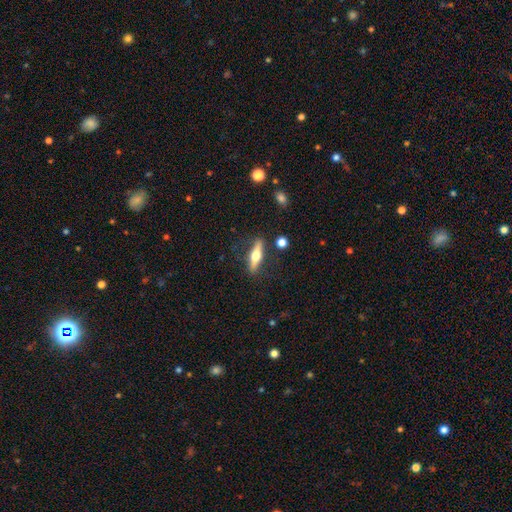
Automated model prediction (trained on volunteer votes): Morphology: type=featured or disk (56%); edge-on=yes (93%); edge-on bulge=rounded (95%); merging=none (82%).